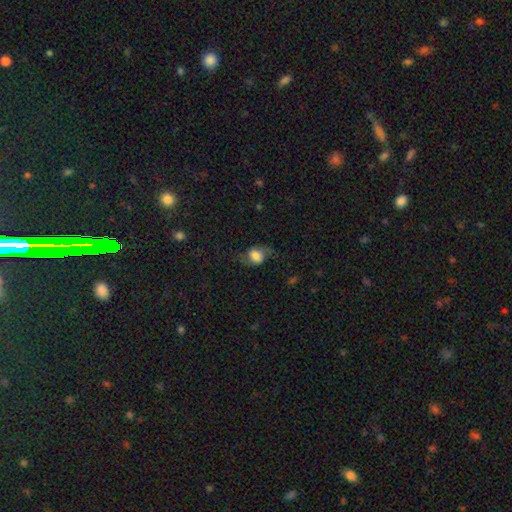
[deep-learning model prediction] This appears to be a smooth galaxy with no disk features (50%). Merging: none (61%).